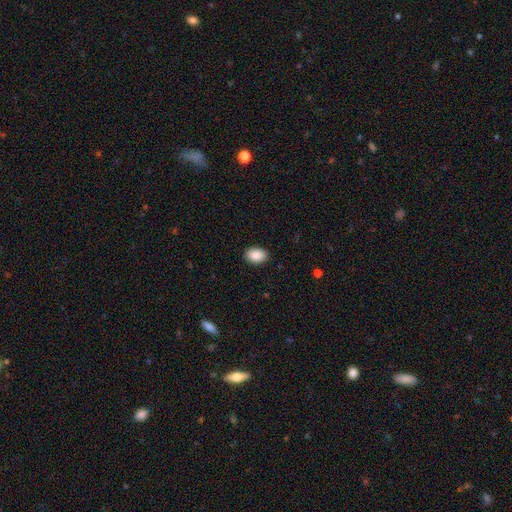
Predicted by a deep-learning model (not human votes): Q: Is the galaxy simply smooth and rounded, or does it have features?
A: smooth — 88%.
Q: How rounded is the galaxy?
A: in between — 84%.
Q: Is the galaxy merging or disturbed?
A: none — 89%.